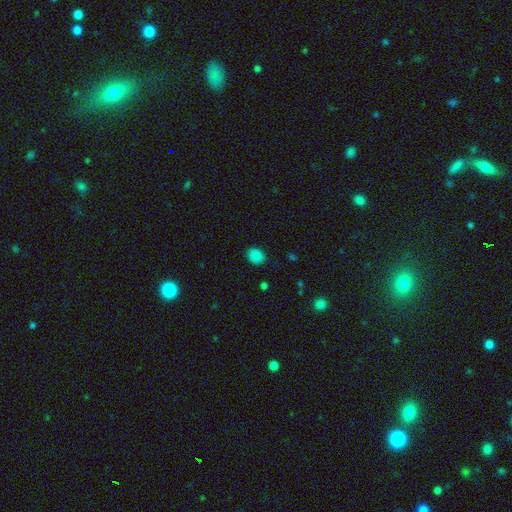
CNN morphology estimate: The model was most divided on "how rounded": round: 50%, in between: 49%, cigar-shaped: 1%. More confident: merging — none (85%); smooth or featured — smooth (84%).